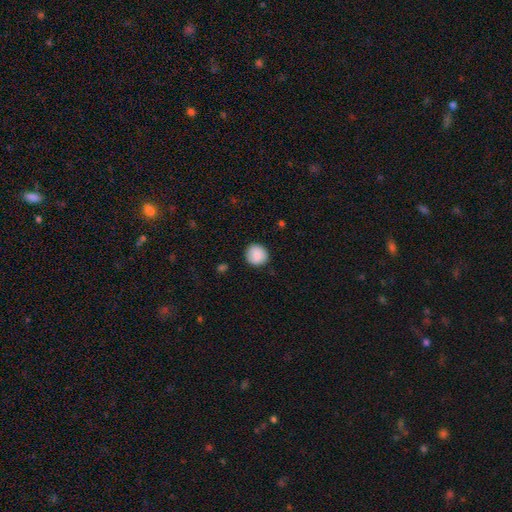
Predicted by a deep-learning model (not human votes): Smooth or featured?
  - smooth: 87% *
  - star or artifact: 7%
  - featured or disk: 6%
How rounded?
  - round: 91% *
  - in between: 8%
  - cigar-shaped: 1%
Merging?
  - none: 89% *
  - minor disturbance: 8%
  - major disturbance: 2%
  - merger: 1%